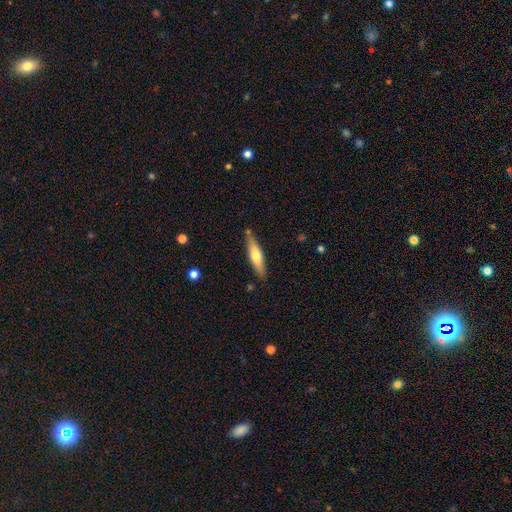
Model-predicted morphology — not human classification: smooth-or-featured: smooth: 52% | featured or disk: 42% | star or artifact: 6%
  how-rounded: cigar-shaped: 75% | in between: 24% | round: 2%
  merging: none: 81% | minor disturbance: 13% | merger: 3% | major disturbance: 2%